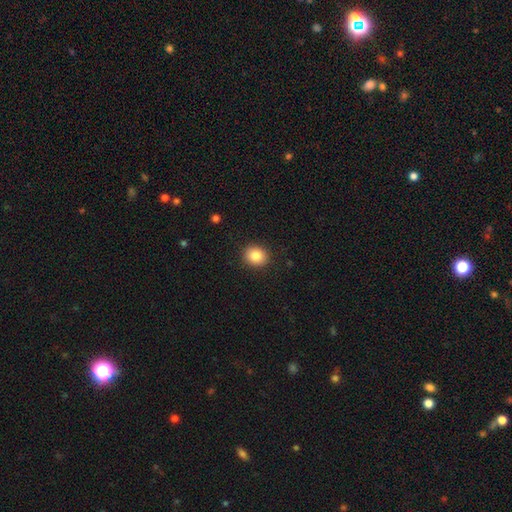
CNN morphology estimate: smooth 86%, star or artifact 9%, featured or disk 5%. Down the decision tree: how rounded — round (73%); merging — none (91%).